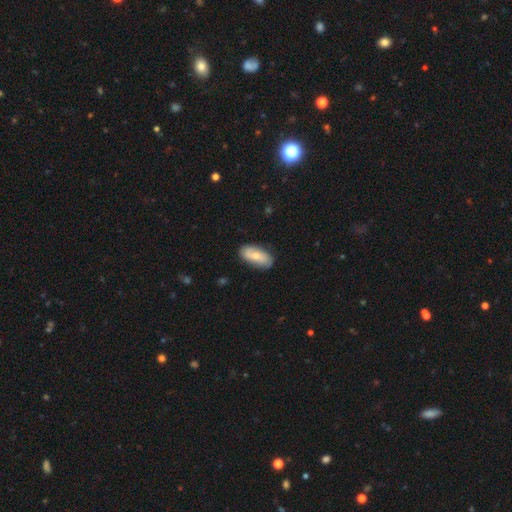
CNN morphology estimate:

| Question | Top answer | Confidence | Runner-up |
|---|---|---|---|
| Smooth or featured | smooth | 56% | featured or disk (38%) |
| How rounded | in between | 89% | cigar-shaped (8%) |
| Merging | none | 80% | minor disturbance (15%) |